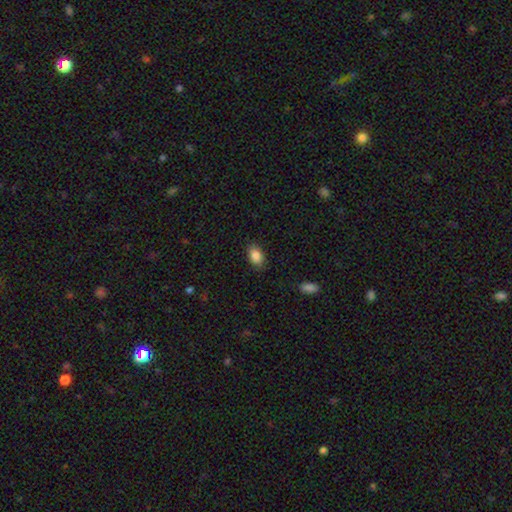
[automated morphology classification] type=smooth (87%); roundness=in between (88%); merging=none (86%).